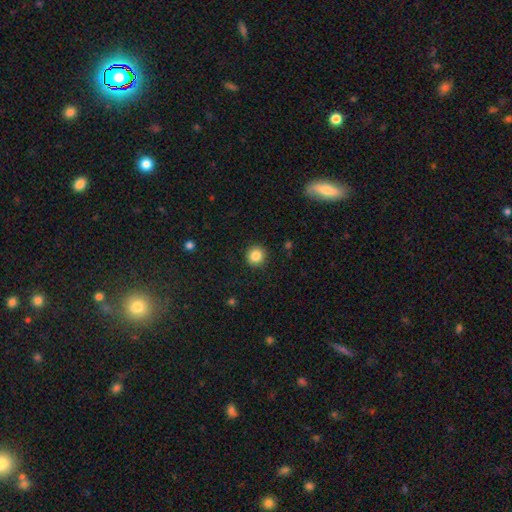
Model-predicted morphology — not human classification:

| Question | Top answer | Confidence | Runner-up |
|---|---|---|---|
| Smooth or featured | smooth | 86% | star or artifact (10%) |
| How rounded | round | 93% | in between (6%) |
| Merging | none | 91% | minor disturbance (6%) |